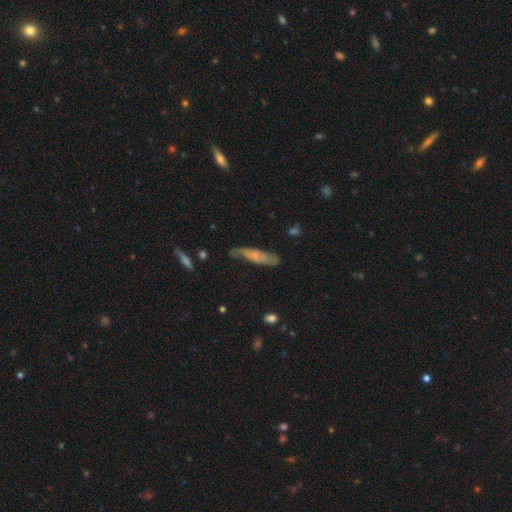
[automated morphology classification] A featured or disk galaxy (47%). Merging: none (56%).